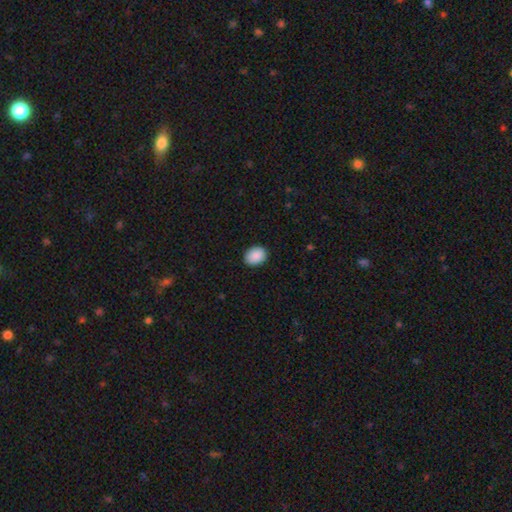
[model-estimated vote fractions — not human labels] A smooth galaxy with no disk features (90%) that is in between round and cigar-shaped (58%).

Vote fractions:
- Smooth or featured? smooth: 90% / star or artifact: 7% / featured or disk: 3%
- How rounded? in between: 58% / round: 41% / cigar-shaped: 1%
- Merging? none: 90% / minor disturbance: 8% / major disturbance: 2% / merger: 1%